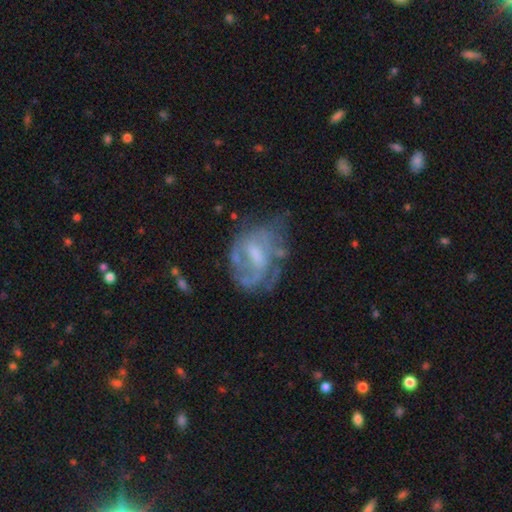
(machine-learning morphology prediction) type=featured or disk (70%); edge-on=no (97%); bar=weak (50%); spiral arms=yes (62%); bulge=moderate (39%); merging=none (41%).